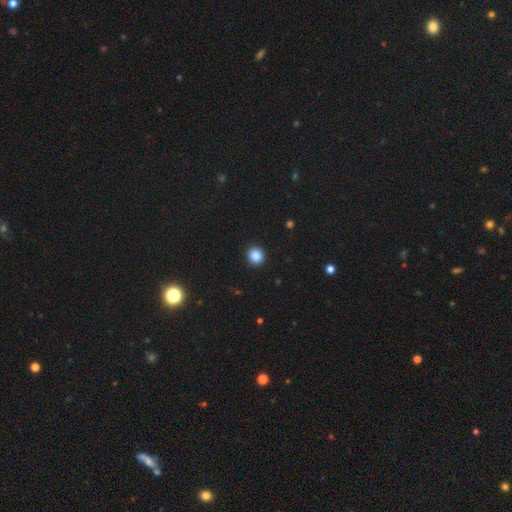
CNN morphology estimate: Q: Smooth or featured?
A: smooth (86%); runner-up: star or artifact (10%)
Q: How rounded?
A: round (89%); runner-up: in between (10%)
Q: Merging?
A: none (92%); runner-up: minor disturbance (5%)